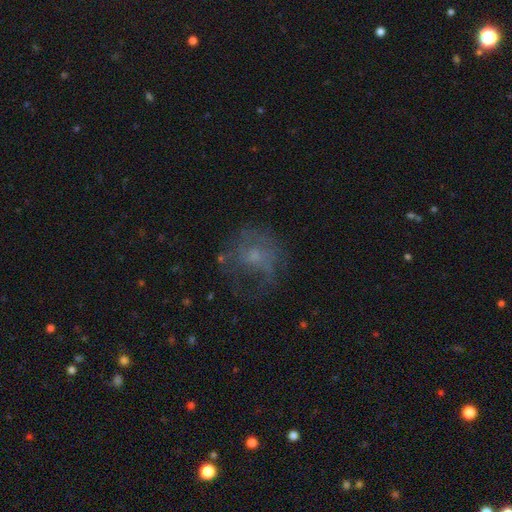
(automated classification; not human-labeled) Smooth or featured: featured or disk — 46% (smooth — 38%)
Merging: none — 47% (major disturbance — 31%)